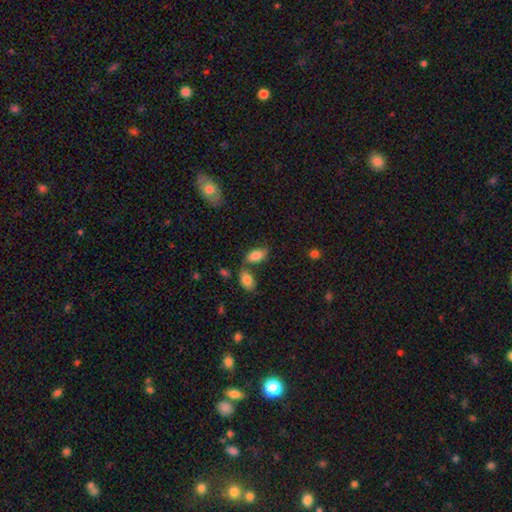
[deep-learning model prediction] Smooth or featured? Predicted: smooth (p=0.77). How rounded? Predicted: in between (p=0.92). Merging? Predicted: none (p=0.51).